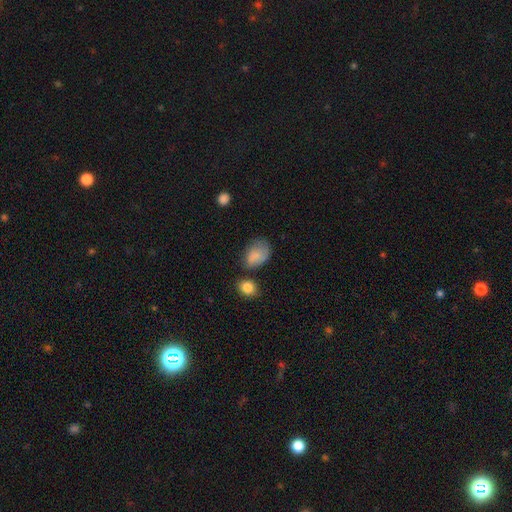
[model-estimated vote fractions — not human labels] smooth 81%, featured or disk 10%, star or artifact 9%. Down the decision tree: how rounded — in between (76%); merging — none (46%).